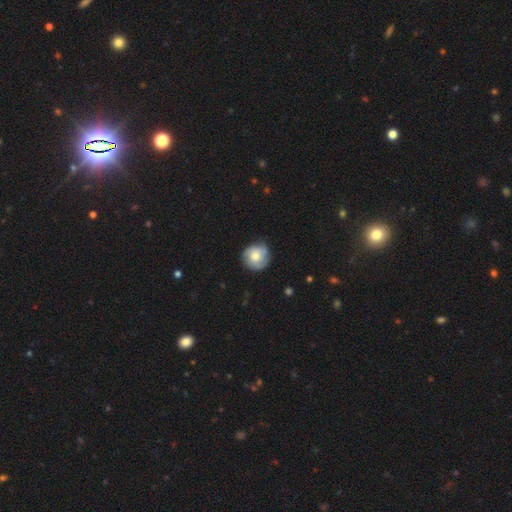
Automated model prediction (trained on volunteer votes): Q: Smooth or featured?
A: smooth (53%); runner-up: featured or disk (39%)
Q: How rounded?
A: round (91%); runner-up: in between (8%)
Q: Merging?
A: none (74%); runner-up: minor disturbance (20%)